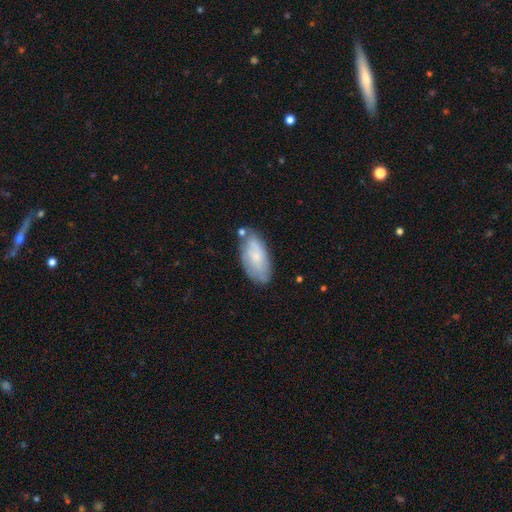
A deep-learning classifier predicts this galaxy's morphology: Smooth or featured?
  - smooth: 56% *
  - featured or disk: 37%
  - star or artifact: 7%
How rounded?
  - in between: 91% *
  - cigar-shaped: 7%
  - round: 2%
Merging?
  - none: 66% *
  - minor disturbance: 22%
  - merger: 6%
  - major disturbance: 5%